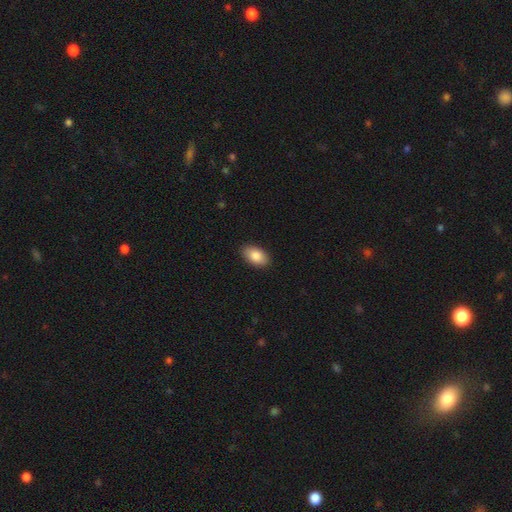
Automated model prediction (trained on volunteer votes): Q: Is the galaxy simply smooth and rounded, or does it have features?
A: smooth — 87%.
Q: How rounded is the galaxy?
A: in between — 93%.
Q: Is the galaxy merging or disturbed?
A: none — 89%.